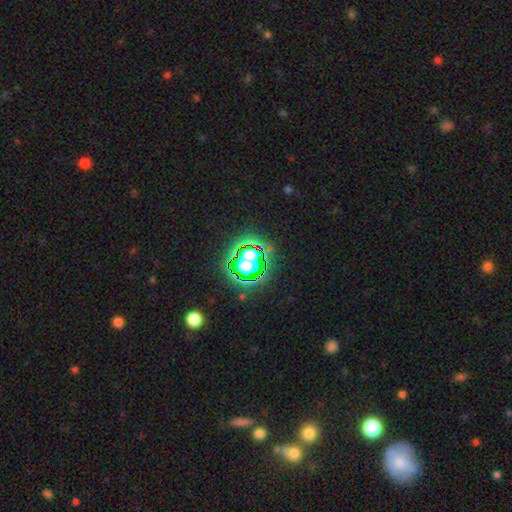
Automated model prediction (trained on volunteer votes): Overall: star or artifact (76%).